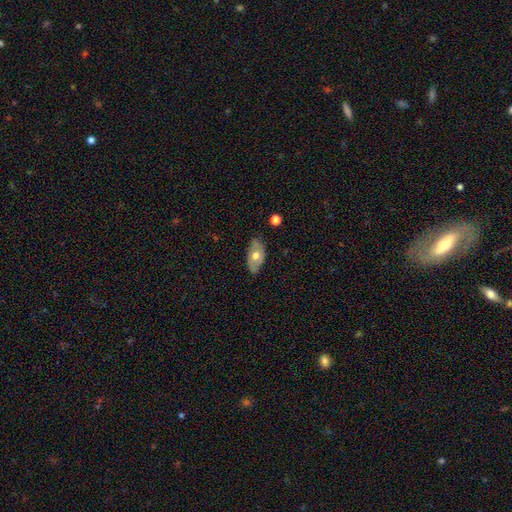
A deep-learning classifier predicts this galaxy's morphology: Smooth or featured? smooth (52%)
How rounded? in between (91%)
Merging? none (75%)